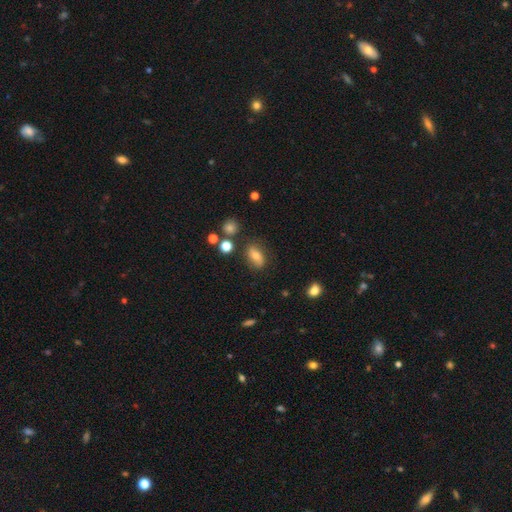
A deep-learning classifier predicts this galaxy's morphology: Smooth or featured?
  - smooth: 65% *
  - featured or disk: 23%
  - star or artifact: 12%
How rounded?
  - in between: 80% *
  - round: 13%
  - cigar-shaped: 6%
Merging?
  - none: 75% *
  - minor disturbance: 16%
  - major disturbance: 5%
  - merger: 4%